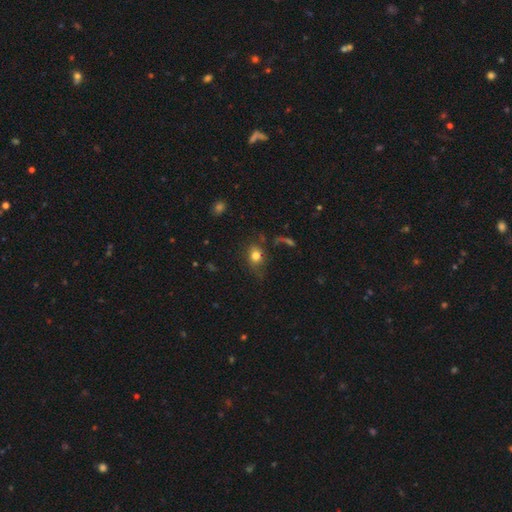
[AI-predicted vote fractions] A smooth galaxy with no disk features (77%) that is in between round and cigar-shaped (51%). Merging: none (63%).